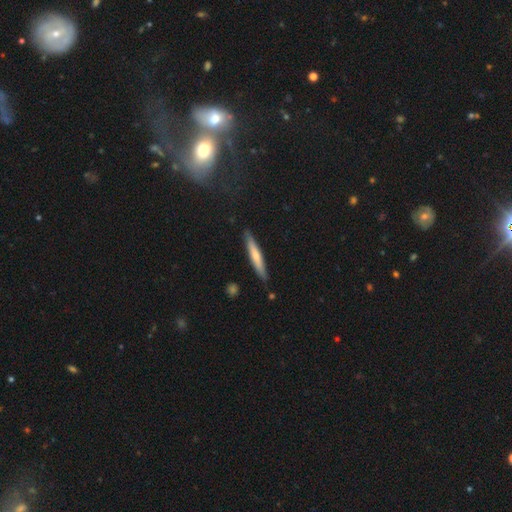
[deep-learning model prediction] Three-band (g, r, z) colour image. It shows a smooth galaxy with no disk features (59%) that is cigar-shaped (93%). Merging: none (87%).